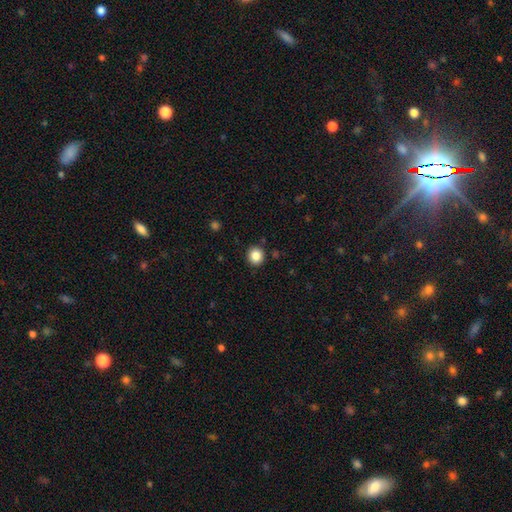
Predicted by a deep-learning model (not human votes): Smooth or featured? Predicted: smooth (p=0.86). How rounded? Predicted: round (p=0.91). Merging? Predicted: none (p=0.91).